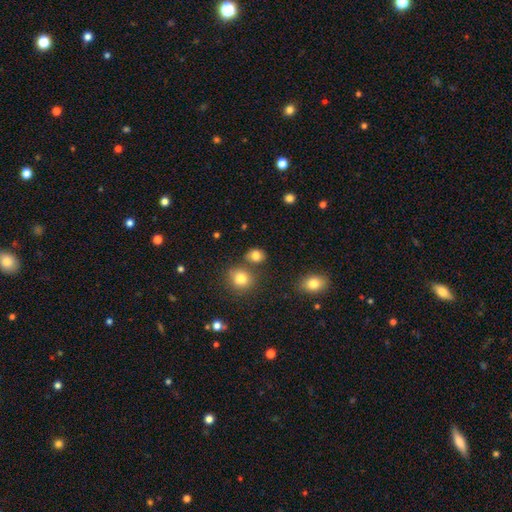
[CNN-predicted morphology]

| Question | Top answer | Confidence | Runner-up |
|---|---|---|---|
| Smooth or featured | smooth | 81% | star or artifact (12%) |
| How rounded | round | 57% | in between (41%) |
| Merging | none | 70% | merger (14%) |